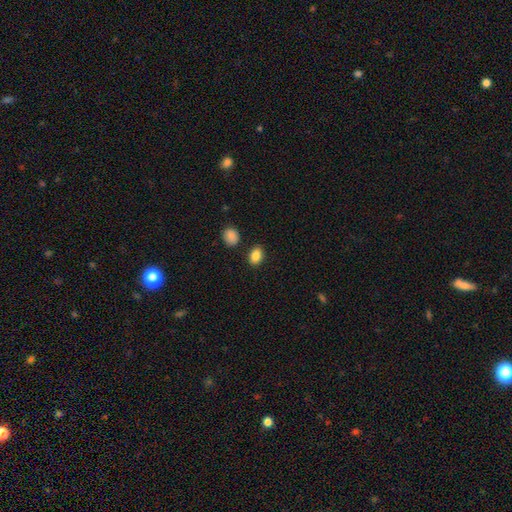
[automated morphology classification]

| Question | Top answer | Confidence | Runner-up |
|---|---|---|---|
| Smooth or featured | smooth | 86% | star or artifact (9%) |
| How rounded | in between | 77% | round (21%) |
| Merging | none | 84% | minor disturbance (9%) |